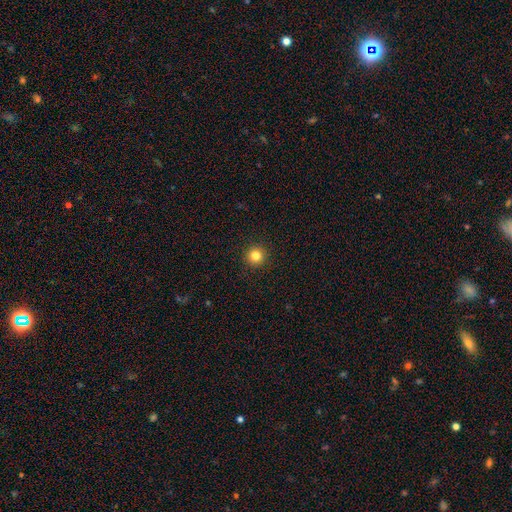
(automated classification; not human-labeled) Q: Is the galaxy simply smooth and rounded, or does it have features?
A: smooth — 83%.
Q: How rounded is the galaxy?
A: round — 96%.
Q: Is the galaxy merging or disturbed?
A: none — 94%.